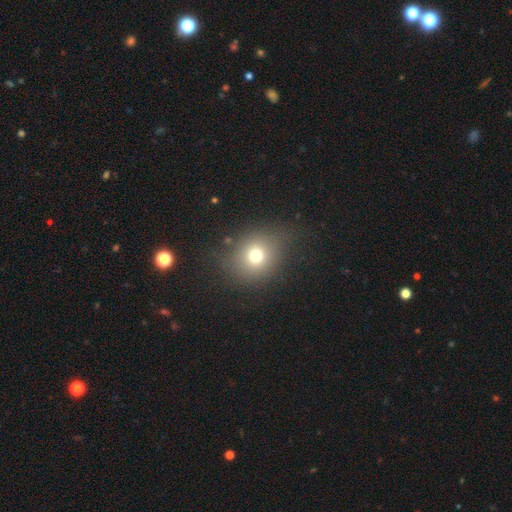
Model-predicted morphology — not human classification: Q: Smooth or featured?
A: smooth (72%); runner-up: star or artifact (16%)
Q: How rounded?
A: round (71%); runner-up: in between (28%)
Q: Merging?
A: none (76%); runner-up: minor disturbance (14%)